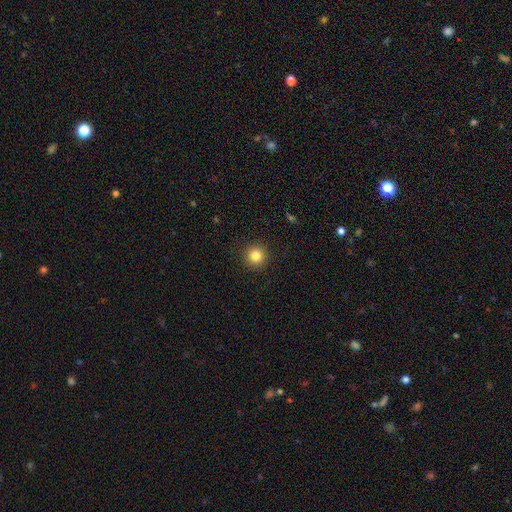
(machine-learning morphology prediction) Q: Smooth or featured?
A: smooth (83%); runner-up: star or artifact (11%)
Q: How rounded?
A: round (95%); runner-up: in between (4%)
Q: Merging?
A: none (92%); runner-up: minor disturbance (5%)